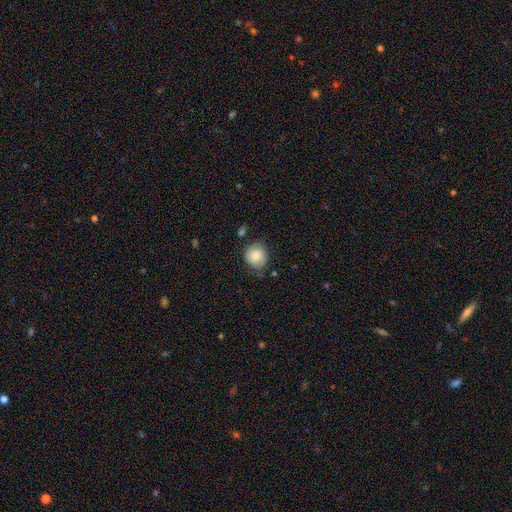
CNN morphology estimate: The model was most divided on "merging": none: 68%, minor disturbance: 24%, major disturbance: 6%, merger: 3%. More confident: how rounded — round (82%); smooth or featured — smooth (80%).